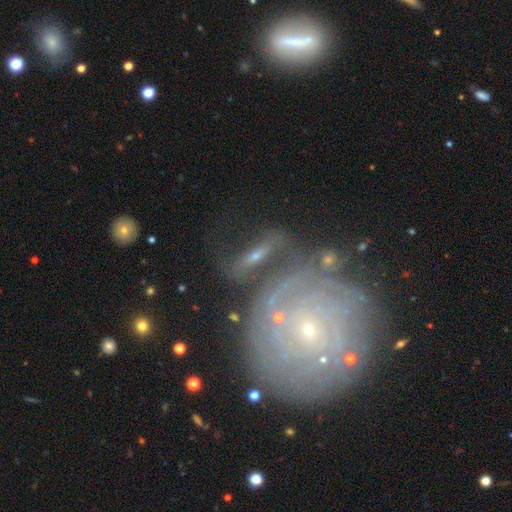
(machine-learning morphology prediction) featured or disk 67%, smooth 21%, star or artifact 12%. Down the decision tree: edge-on disk — no (75%); bar — no (58%); spiral arms — yes (83%); bulge size — small (64%); merging — none (60%).